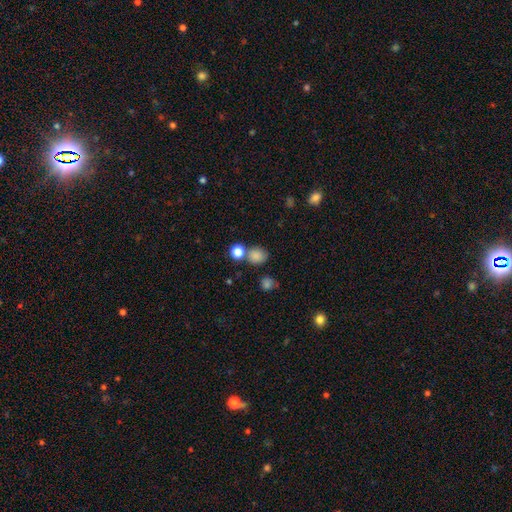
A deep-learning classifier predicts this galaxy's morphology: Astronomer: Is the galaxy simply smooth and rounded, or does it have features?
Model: smooth — 81%.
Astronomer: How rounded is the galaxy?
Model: round — 75%.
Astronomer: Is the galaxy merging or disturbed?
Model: none — 66%.